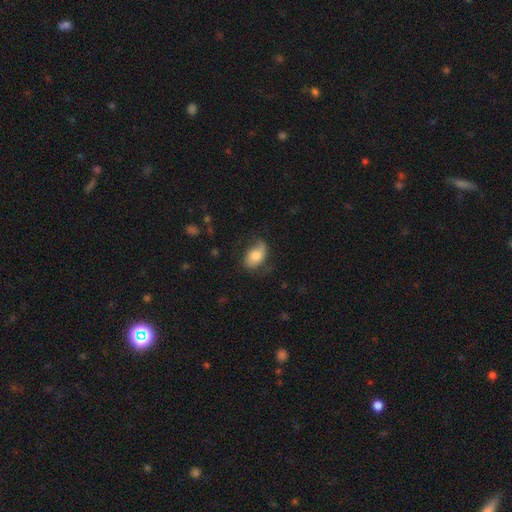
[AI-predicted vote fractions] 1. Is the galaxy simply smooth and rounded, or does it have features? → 67% smooth, 26% featured or disk, 7% star or artifact.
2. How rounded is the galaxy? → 89% in between, 9% round, 2% cigar-shaped.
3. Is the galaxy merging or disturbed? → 56% none, 29% minor disturbance, 13% major disturbance, 2% merger.